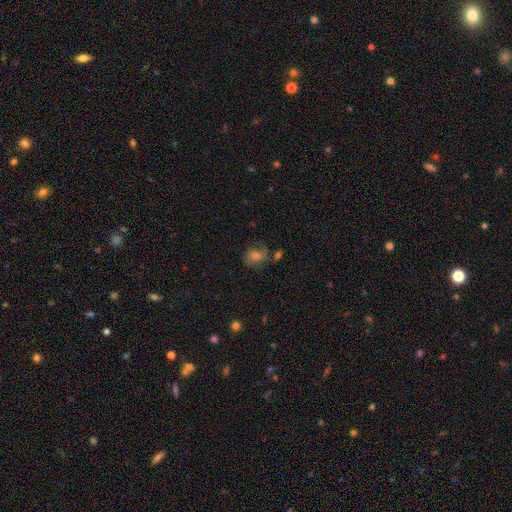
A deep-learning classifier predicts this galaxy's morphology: Smooth or featured? smooth (43%)
Merging? none (58%)